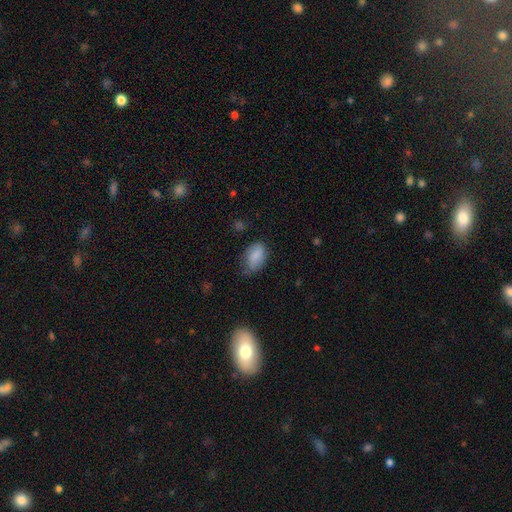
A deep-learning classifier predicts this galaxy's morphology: Smooth or featured? smooth (82%)
How rounded? in between (89%)
Merging? none (59%)